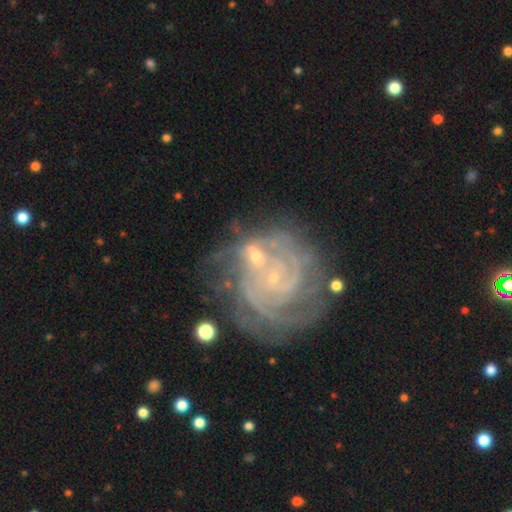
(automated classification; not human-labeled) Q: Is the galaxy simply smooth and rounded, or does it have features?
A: featured or disk — 81%.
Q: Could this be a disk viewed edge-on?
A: no — 97%.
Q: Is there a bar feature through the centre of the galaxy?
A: no — 68%.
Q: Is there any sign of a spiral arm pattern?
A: yes — 90%.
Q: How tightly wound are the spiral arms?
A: tight — 67%.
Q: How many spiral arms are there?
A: can't tell — 34%.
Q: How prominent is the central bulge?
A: small — 69%.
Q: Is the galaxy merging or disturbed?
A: merger — 37%.